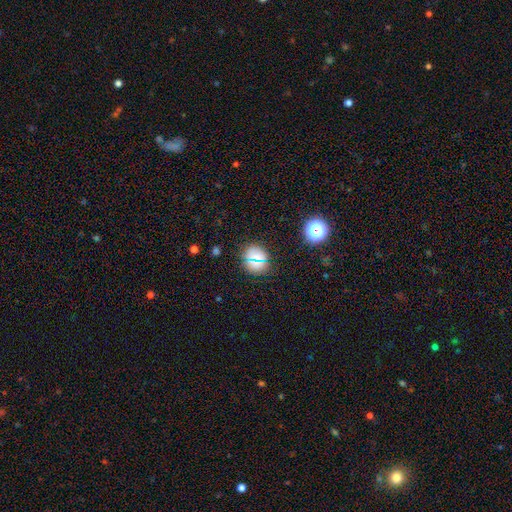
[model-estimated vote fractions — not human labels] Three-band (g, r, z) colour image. It shows a smooth galaxy with no disk features (68%) that is round (77%). Merging: none (86%).